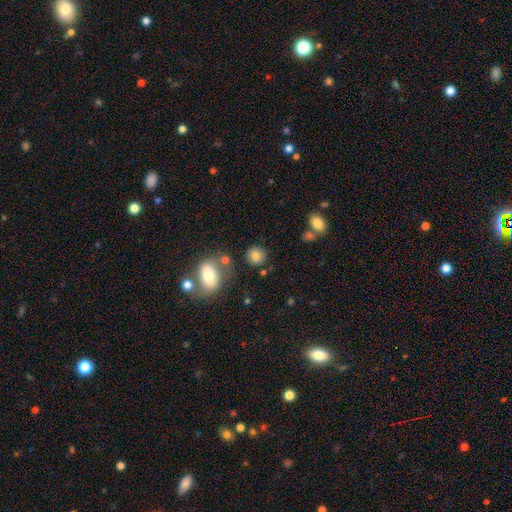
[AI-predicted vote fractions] smooth-or-featured: smooth: 81% | star or artifact: 11% | featured or disk: 9%
  how-rounded: round: 85% | in between: 14% | cigar-shaped: 1%
  merging: none: 79% | minor disturbance: 10% | merger: 7% | major disturbance: 4%